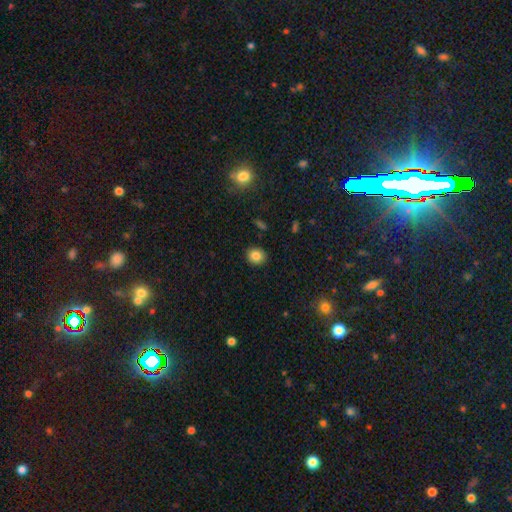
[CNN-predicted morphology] Smooth or featured?
  - smooth: 84% *
  - star or artifact: 10%
  - featured or disk: 6%
How rounded?
  - round: 73% *
  - in between: 26%
  - cigar-shaped: 1%
Merging?
  - none: 90% *
  - minor disturbance: 7%
  - major disturbance: 2%
  - merger: 1%